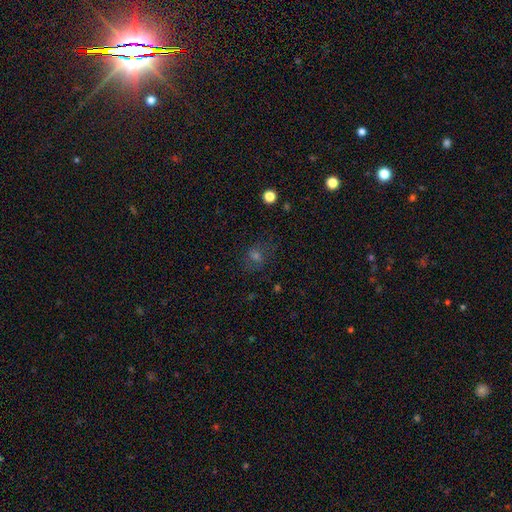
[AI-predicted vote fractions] Overall: smooth (49%; star or artifact 32%). Merging: none (72%).